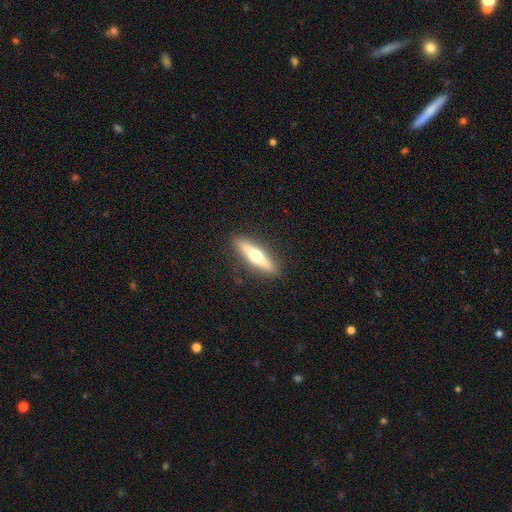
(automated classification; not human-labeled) A featured or disk galaxy (59%) viewed edge-on (95%) with a rounded central bulge (94%).

Vote fractions:
- Smooth or featured? featured or disk: 59% / smooth: 35% / star or artifact: 6%
- Edge-on disk? yes: 95% / no: 5%
- Edge-on bulge? rounded: 94% / none: 3% / boxy: 3%
- Merging? none: 90% / minor disturbance: 7% / major disturbance: 2% / merger: 1%